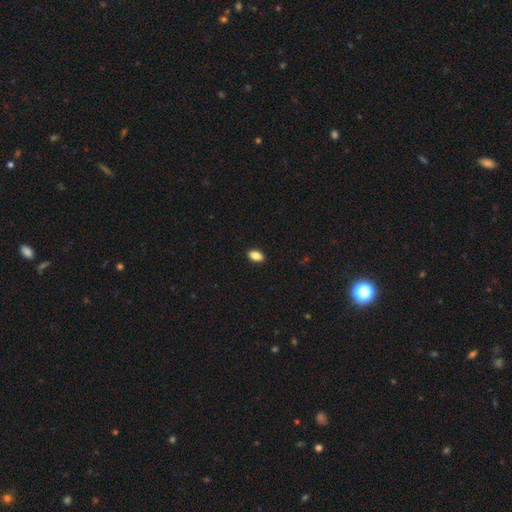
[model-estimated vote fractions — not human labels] A smooth galaxy with no disk features (86%) that is in between round and cigar-shaped (90%). Merging: none (91%).